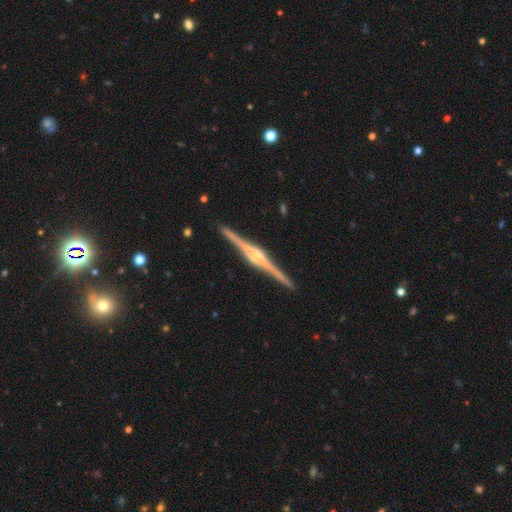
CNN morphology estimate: Smooth or featured?
  - featured or disk: 89% *
  - smooth: 6%
  - star or artifact: 5%
Edge-on disk?
  - yes: 99% *
  - no: 1%
Edge-on bulge?
  - rounded: 68% *
  - boxy: 27%
  - none: 6%
Merging?
  - none: 92% *
  - minor disturbance: 5%
  - major disturbance: 1%
  - merger: 1%